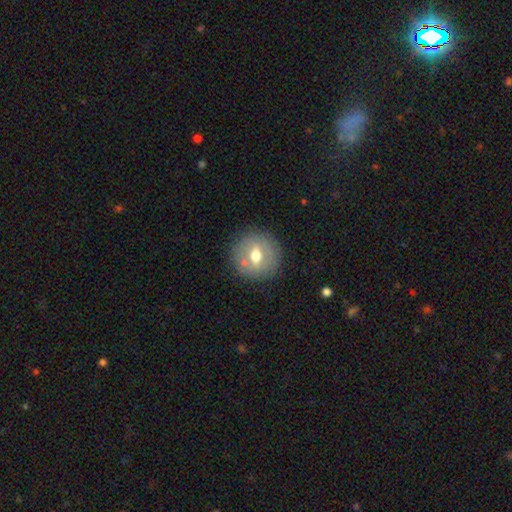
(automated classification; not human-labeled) smooth 47%, featured or disk 44%, star or artifact 9%. Down the decision tree: merging — none (82%).